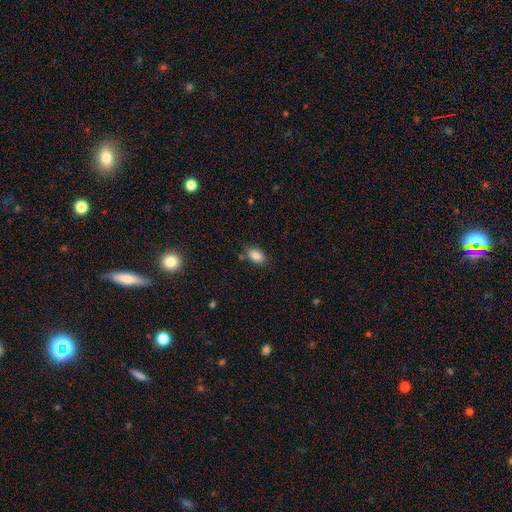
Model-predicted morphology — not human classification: This is clearly a smooth galaxy (86%). How rounded: clearly in between (88%). Merging: likely none (78%).